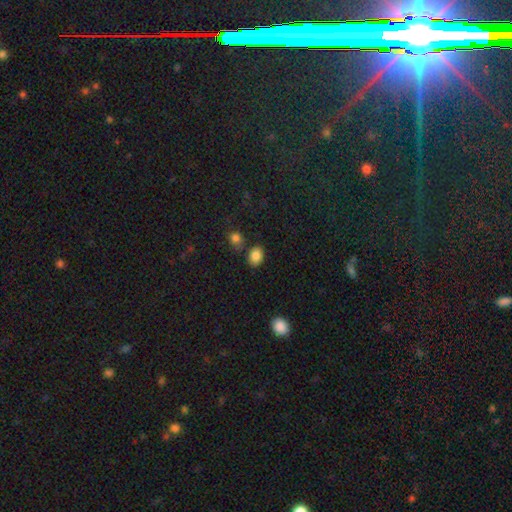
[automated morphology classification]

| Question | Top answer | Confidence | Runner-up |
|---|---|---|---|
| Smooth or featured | smooth | 85% | star or artifact (10%) |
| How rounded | in between | 64% | round (35%) |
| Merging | none | 76% | minor disturbance (12%) |